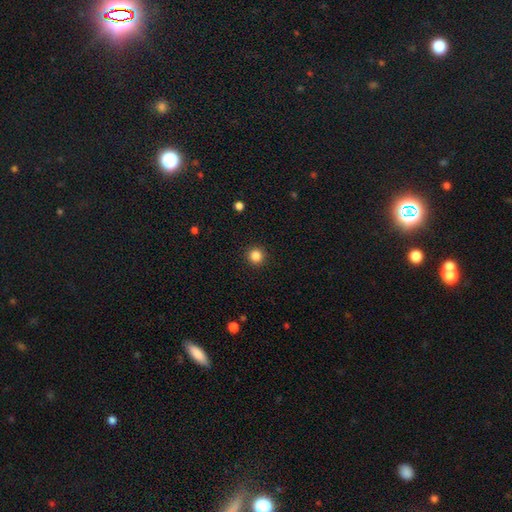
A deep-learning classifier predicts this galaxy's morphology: A smooth galaxy with no disk features (85%) that is round (95%).

Vote fractions:
- Smooth or featured? smooth: 85% / star or artifact: 12% / featured or disk: 4%
- How rounded? round: 95% / in between: 4% / cigar-shaped: 1%
- Merging? none: 93% / minor disturbance: 5% / major disturbance: 2% / merger: 1%